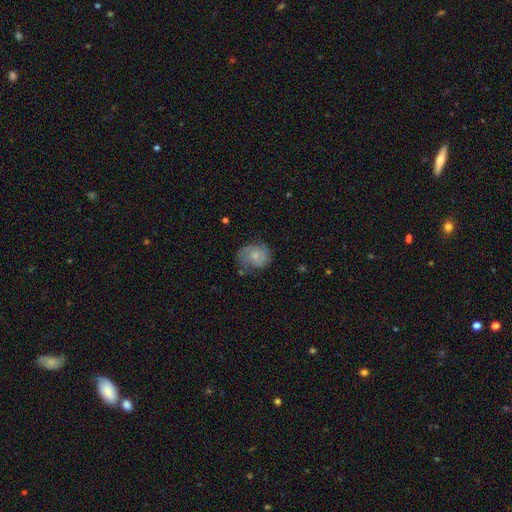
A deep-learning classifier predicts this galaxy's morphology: smooth_or_featured: smooth (p=0.47) [alt: featured or disk p=0.45]
merging: none (p=0.57) [alt: minor disturbance p=0.28]